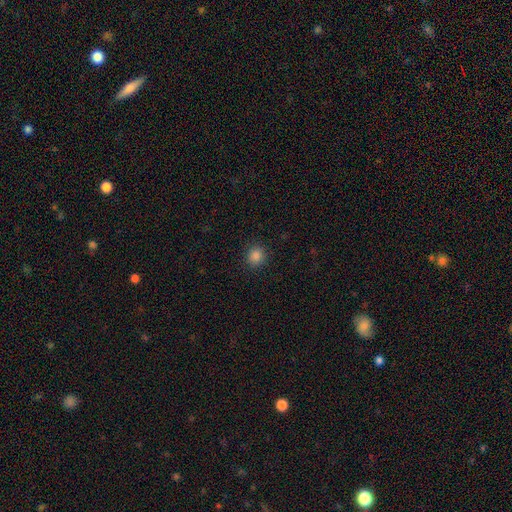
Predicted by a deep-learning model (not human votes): smooth_or_featured: smooth (p=0.85) [alt: star or artifact p=0.12]
how_rounded: round (p=0.88) [alt: in between p=0.11]
merging: none (p=0.91) [alt: minor disturbance p=0.06]